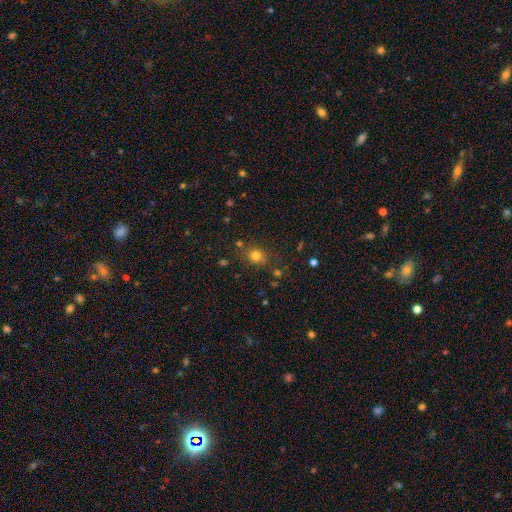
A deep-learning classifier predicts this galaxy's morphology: Overall: smooth (77%). How rounded: round (66%; in between 33%). Merging: none (74%).